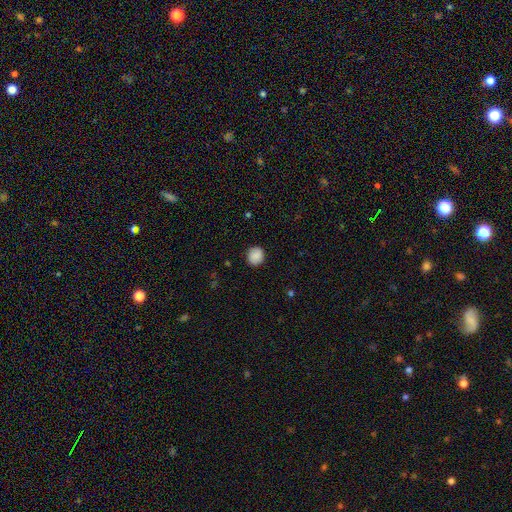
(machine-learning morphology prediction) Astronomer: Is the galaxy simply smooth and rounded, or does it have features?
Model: smooth — 88%.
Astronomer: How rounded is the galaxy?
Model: round — 86%.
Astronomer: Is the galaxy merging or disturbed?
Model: none — 88%.